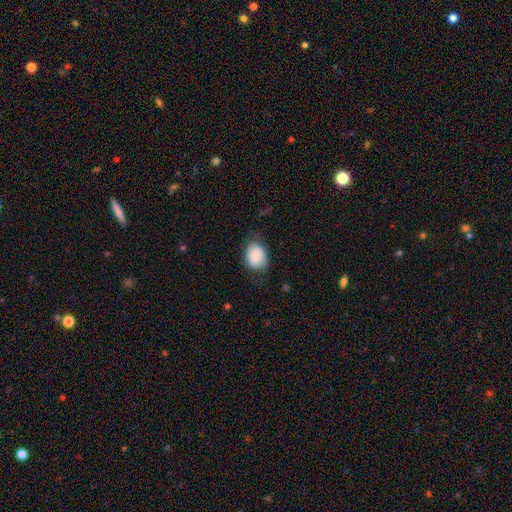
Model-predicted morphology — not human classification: smooth-or-featured: smooth: 80% | featured or disk: 13% | star or artifact: 7%
  how-rounded: in between: 72% | round: 27% | cigar-shaped: 1%
  merging: none: 67% | minor disturbance: 24% | major disturbance: 8% | merger: 1%